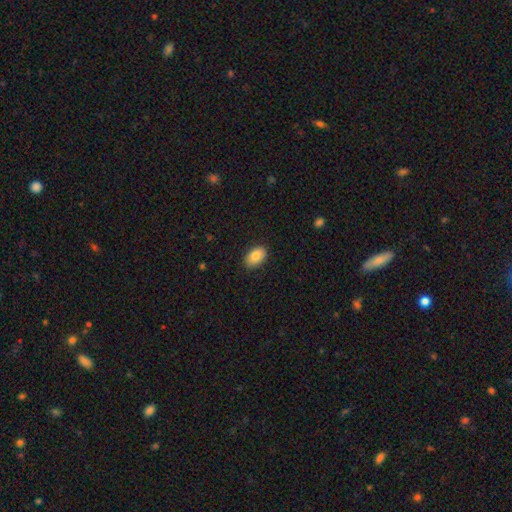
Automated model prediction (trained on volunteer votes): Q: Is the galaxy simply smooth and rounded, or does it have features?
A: smooth — 85%.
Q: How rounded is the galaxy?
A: in between — 89%.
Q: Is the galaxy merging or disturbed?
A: none — 87%.